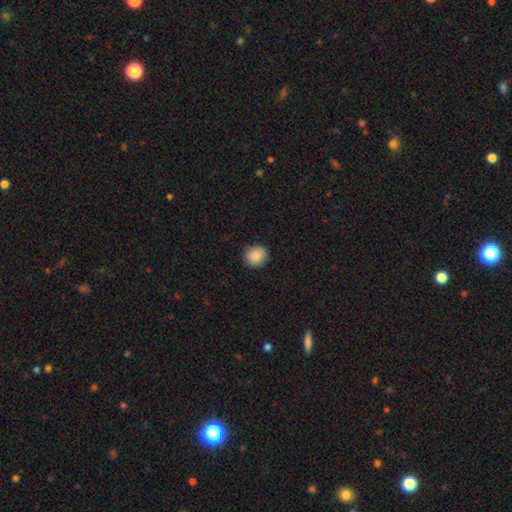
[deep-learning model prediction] smooth 88%, star or artifact 8%, featured or disk 4%. Down the decision tree: how rounded — round (86%); merging — none (88%).